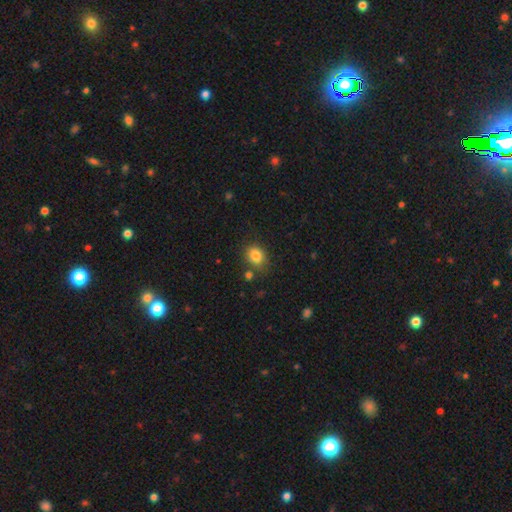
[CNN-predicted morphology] smooth_or_featured: smooth (p=0.83) [alt: star or artifact p=0.10]
how_rounded: in between (p=0.51) [alt: round p=0.48]
merging: none (p=0.76) [alt: minor disturbance p=0.14]